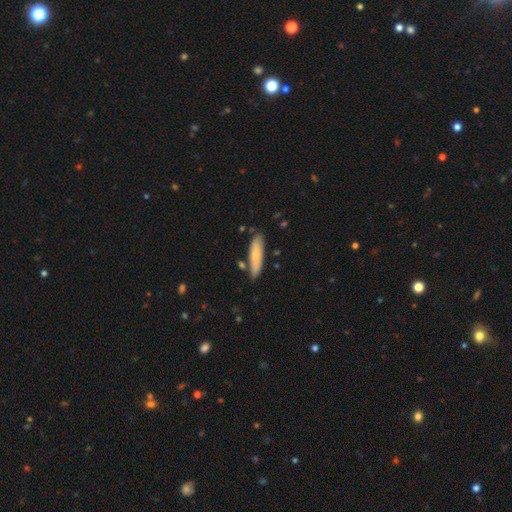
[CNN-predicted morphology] Smooth or featured: smooth — 72% (featured or disk — 22%)
How rounded: cigar-shaped — 74% (in between — 25%)
Merging: none — 80% (minor disturbance — 13%)